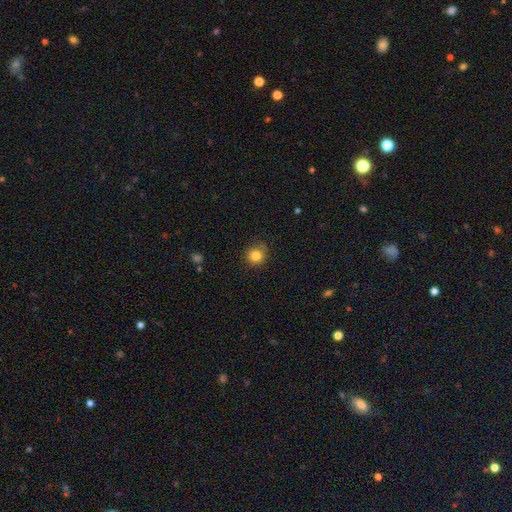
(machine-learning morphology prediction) Smooth or featured? smooth (83%)
How rounded? round (90%)
Merging? none (84%)